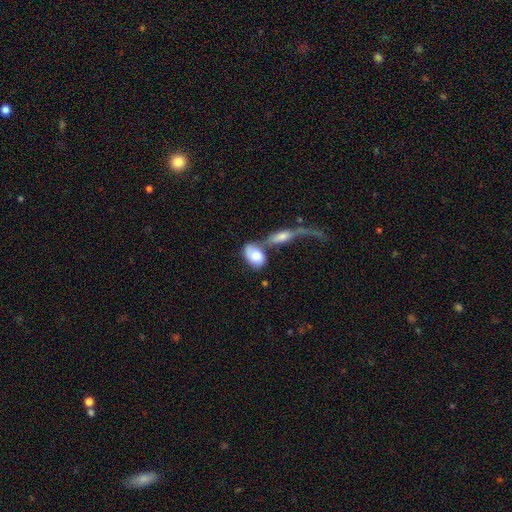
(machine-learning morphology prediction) Overall: smooth (67%). How rounded: in between (84%). Merging: merger (53%; none 22%).